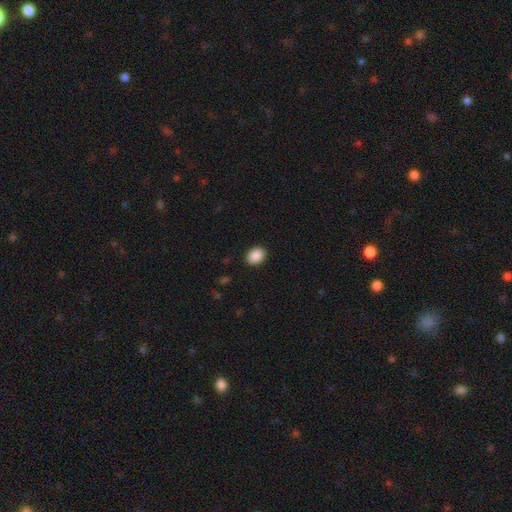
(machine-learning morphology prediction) A smooth galaxy with no disk features (89%) that is in between round and cigar-shaped (64%). Merging: none (90%).